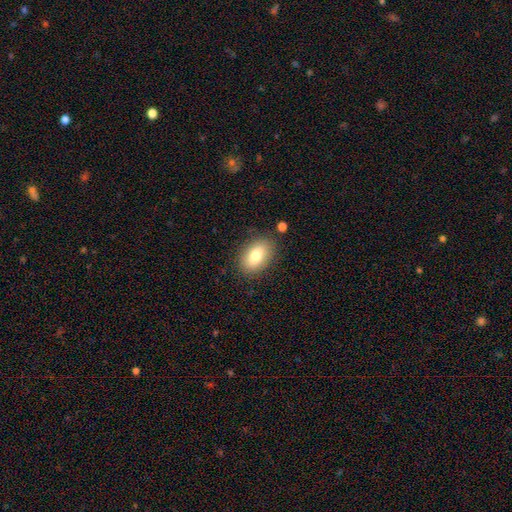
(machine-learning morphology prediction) Q: Smooth or featured?
A: smooth (80%); runner-up: featured or disk (12%)
Q: How rounded?
A: in between (88%); runner-up: round (10%)
Q: Merging?
A: none (84%); runner-up: minor disturbance (11%)